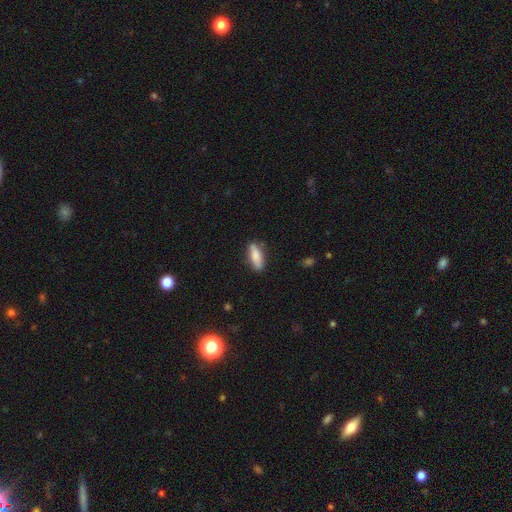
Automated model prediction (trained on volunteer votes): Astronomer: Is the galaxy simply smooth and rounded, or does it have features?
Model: smooth — 82%.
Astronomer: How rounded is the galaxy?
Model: in between — 62%.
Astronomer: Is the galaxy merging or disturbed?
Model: none — 80%.